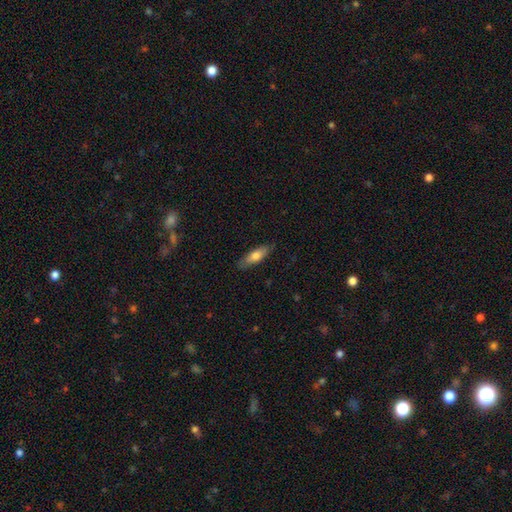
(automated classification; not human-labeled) Smooth or featured? Predicted: smooth (p=0.70). How rounded? Predicted: in between (p=0.52). Merging? Predicted: none (p=0.84).